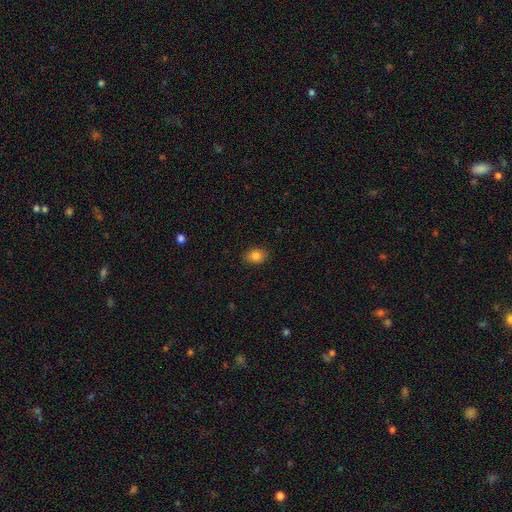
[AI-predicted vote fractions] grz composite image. It shows a smooth galaxy with no disk features (83%) that is in between round and cigar-shaped (65%). Merging: none (87%).